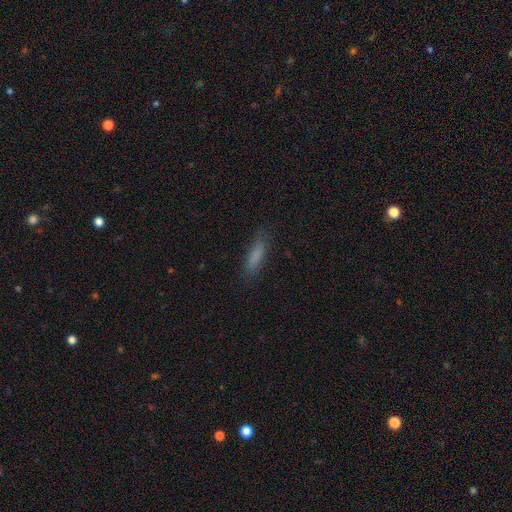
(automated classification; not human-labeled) Smooth or featured: smooth — 80% (featured or disk — 11%)
How rounded: cigar-shaped — 68% (in between — 30%)
Merging: none — 83% (minor disturbance — 12%)